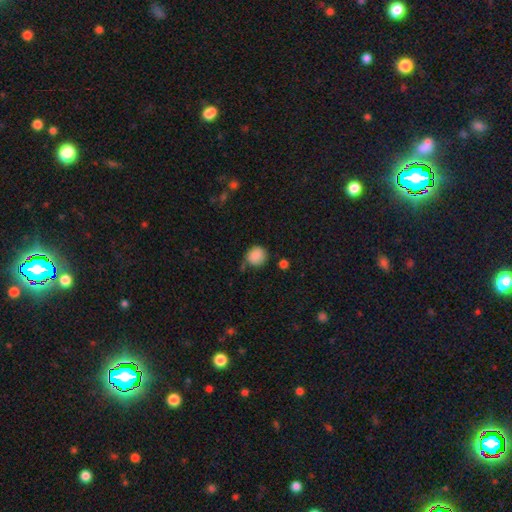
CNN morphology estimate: smooth 87%, star or artifact 9%, featured or disk 4%. Down the decision tree: how rounded — round (83%); merging — none (68%).